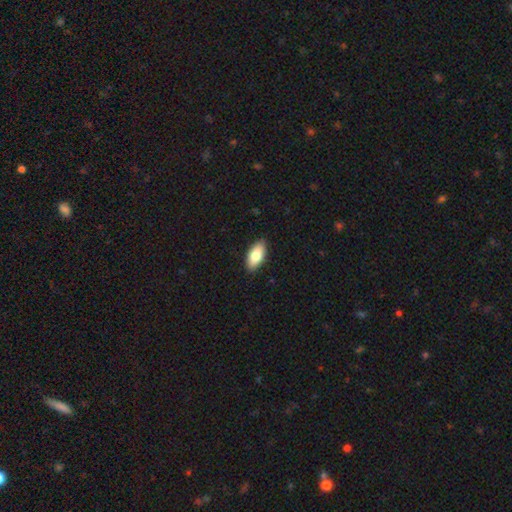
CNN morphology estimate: Smooth or featured? smooth (79%)
How rounded? in between (91%)
Merging? none (89%)